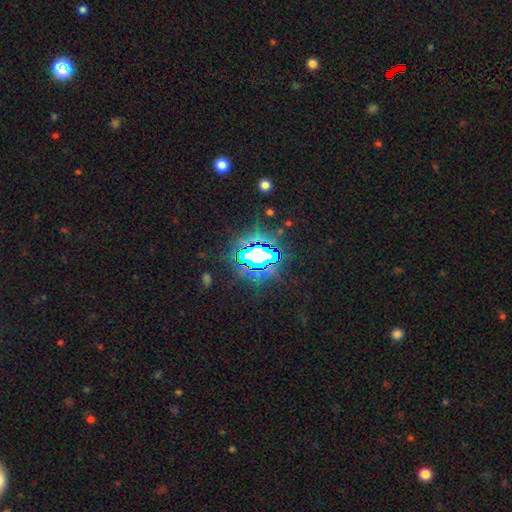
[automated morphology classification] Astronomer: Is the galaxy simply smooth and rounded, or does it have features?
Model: star or artifact — 74%.